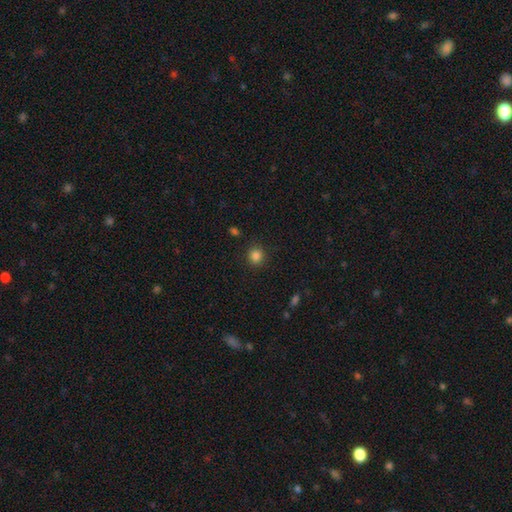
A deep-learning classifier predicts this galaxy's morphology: This appears to be a smooth galaxy with no disk features (84%) that is round (88%). Merging: none (88%).